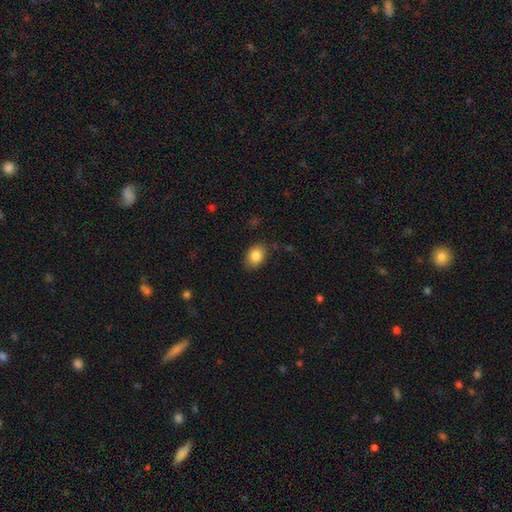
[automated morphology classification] Smooth or featured? smooth (85%)
How rounded? in between (72%)
Merging? none (83%)